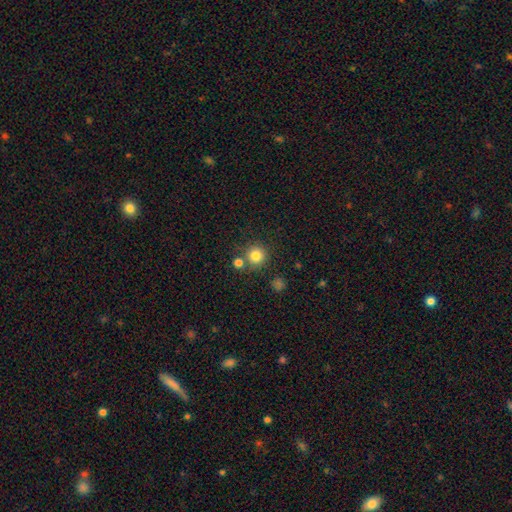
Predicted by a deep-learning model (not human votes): smooth-or-featured: smooth: 82% | star or artifact: 12% | featured or disk: 6%
  how-rounded: round: 94% | in between: 5% | cigar-shaped: 1%
  merging: none: 75% | merger: 14% | minor disturbance: 8% | major disturbance: 3%